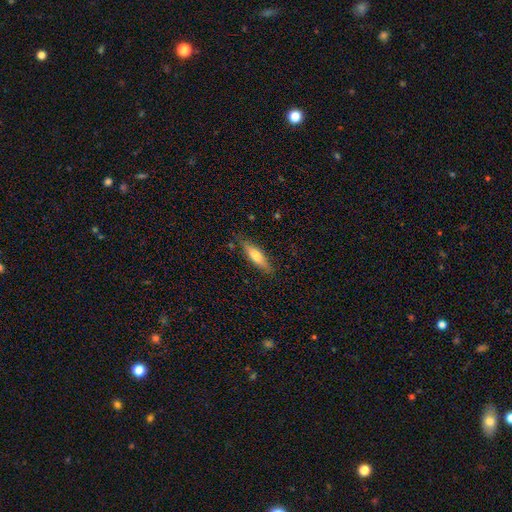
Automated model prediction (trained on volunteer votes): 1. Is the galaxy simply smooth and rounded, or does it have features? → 59% smooth, 35% featured or disk, 6% star or artifact.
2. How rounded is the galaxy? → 67% cigar-shaped, 31% in between, 2% round.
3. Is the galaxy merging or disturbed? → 81% none, 14% minor disturbance, 3% major disturbance, 2% merger.